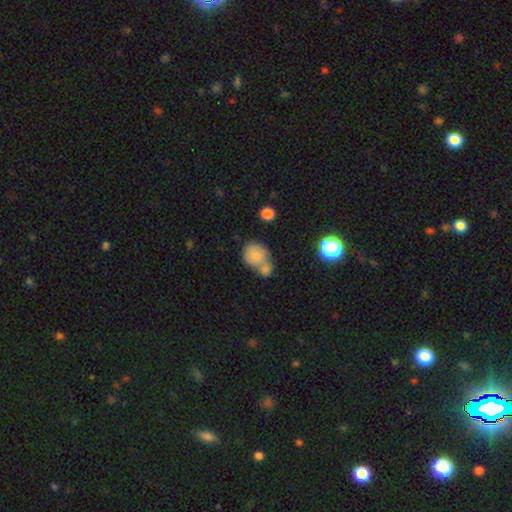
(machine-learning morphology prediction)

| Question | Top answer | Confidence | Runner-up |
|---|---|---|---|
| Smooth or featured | smooth | 76% | featured or disk (14%) |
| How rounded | round | 62% | in between (36%) |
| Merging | merger | 58% | none (27%) |